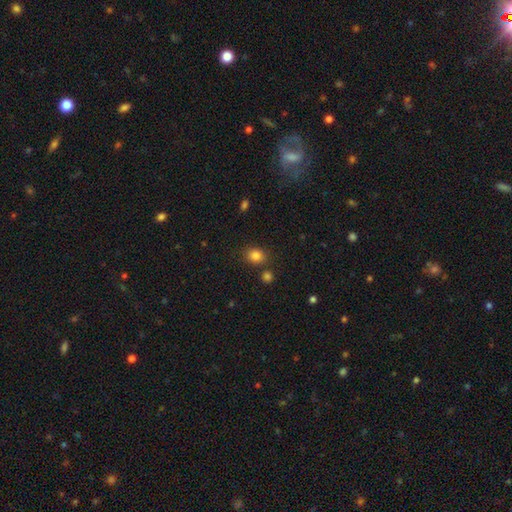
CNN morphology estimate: The model was most divided on "how rounded": round: 54%, in between: 45%, cigar-shaped: 1%. More confident: smooth or featured — smooth (83%); merging — none (78%).